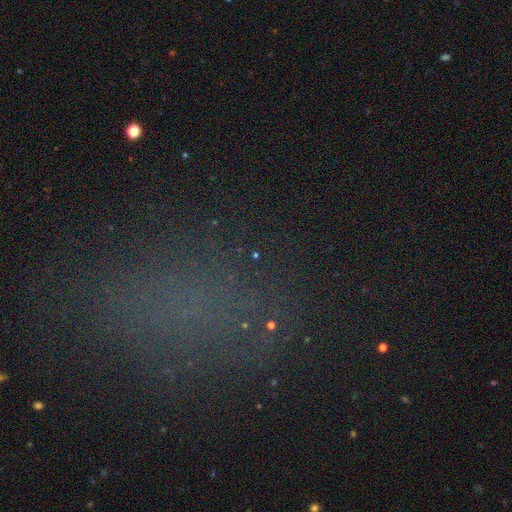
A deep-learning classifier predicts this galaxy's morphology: Smooth or featured: star or artifact — 71% (smooth — 16%)